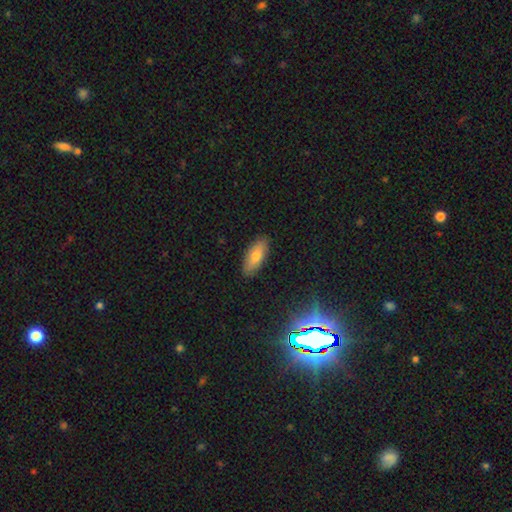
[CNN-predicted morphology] Q: Smooth or featured?
A: smooth (74%); runner-up: featured or disk (17%)
Q: How rounded?
A: in between (80%); runner-up: cigar-shaped (18%)
Q: Merging?
A: none (88%); runner-up: minor disturbance (9%)